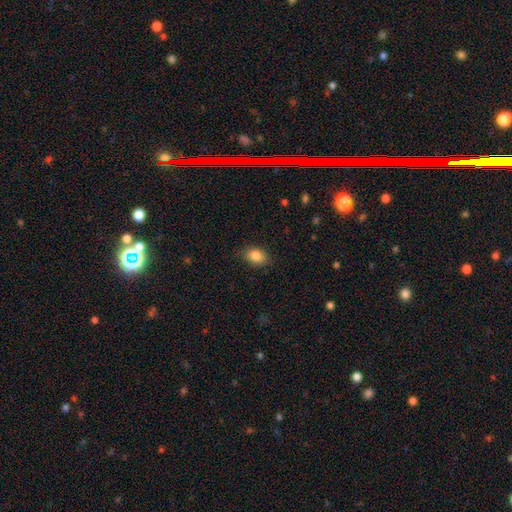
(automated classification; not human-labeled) smooth 86%, star or artifact 8%, featured or disk 6%. Down the decision tree: how rounded — in between (79%); merging — none (84%).